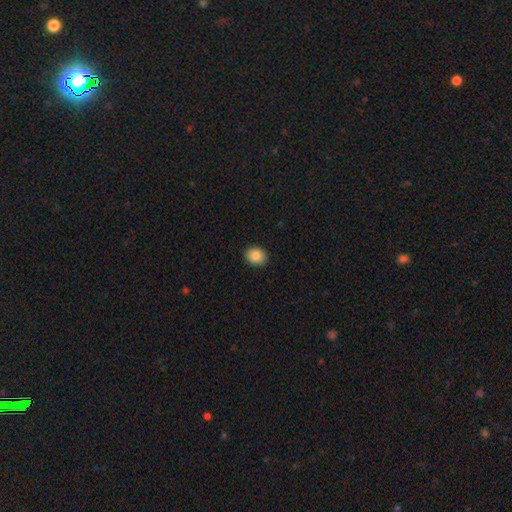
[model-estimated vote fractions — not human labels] smooth-or-featured: smooth: 86% | star or artifact: 8% | featured or disk: 5%
  how-rounded: round: 57% | in between: 42% | cigar-shaped: 1%
  merging: none: 91% | minor disturbance: 6% | major disturbance: 2% | merger: 1%